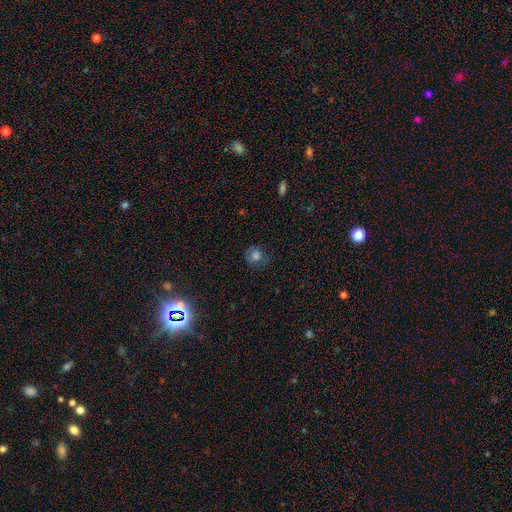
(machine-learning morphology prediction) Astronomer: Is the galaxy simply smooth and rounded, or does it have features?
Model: smooth — 74%.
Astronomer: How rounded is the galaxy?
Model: round — 82%.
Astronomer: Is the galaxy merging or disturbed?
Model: none — 69%.